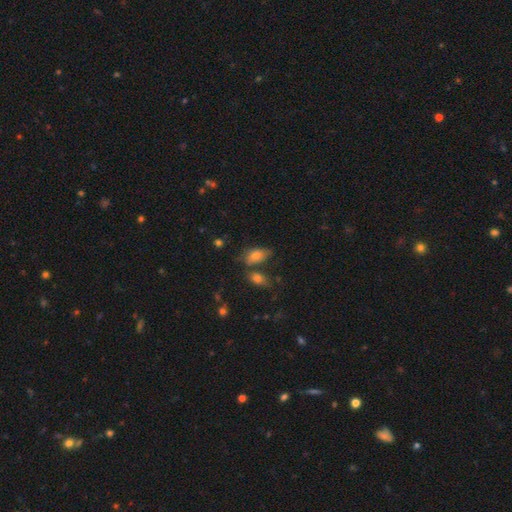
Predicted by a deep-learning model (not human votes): The model was most divided on "merging": none: 57%, merger: 19%, minor disturbance: 18%, major disturbance: 6%. More confident: how rounded — in between (89%); smooth or featured — smooth (75%).